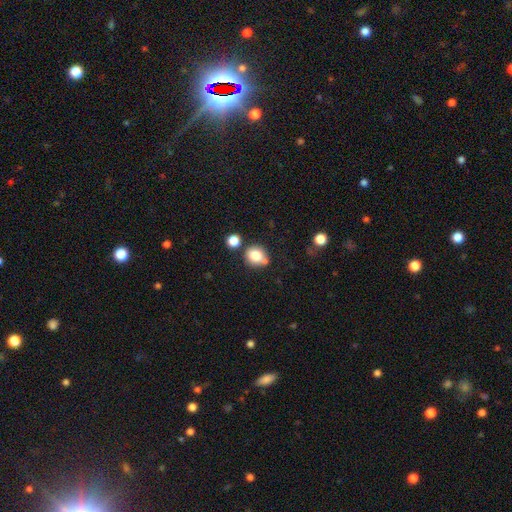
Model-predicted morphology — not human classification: Smooth or featured: smooth — 79% (star or artifact — 11%)
How rounded: round — 83% (in between — 16%)
Merging: none — 65% (merger — 17%)